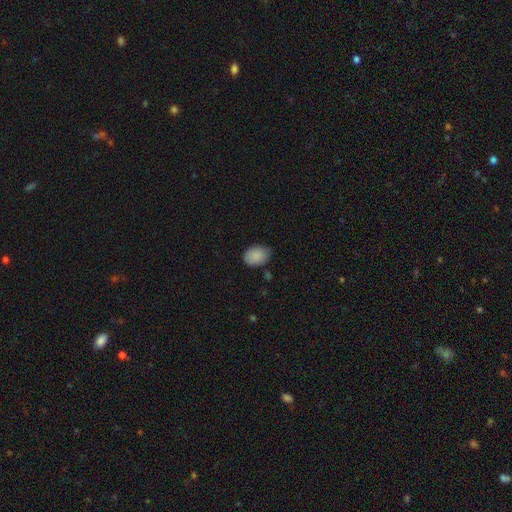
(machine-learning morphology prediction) Smooth or featured? Predicted: smooth (p=0.89). How rounded? Predicted: in between (p=0.76). Merging? Predicted: none (p=0.76).